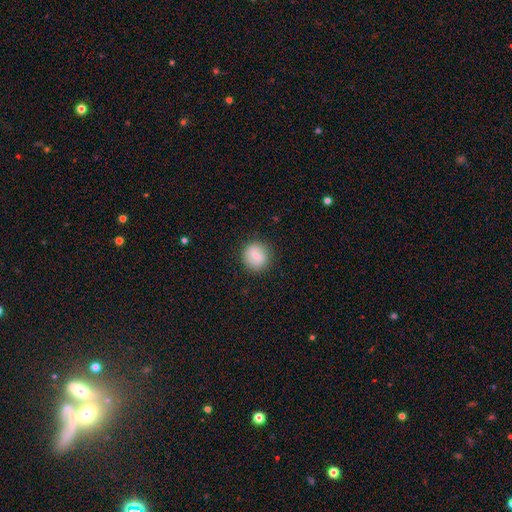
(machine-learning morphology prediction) A smooth galaxy with no disk features (72%) that is round (90%). Merging: none (88%).